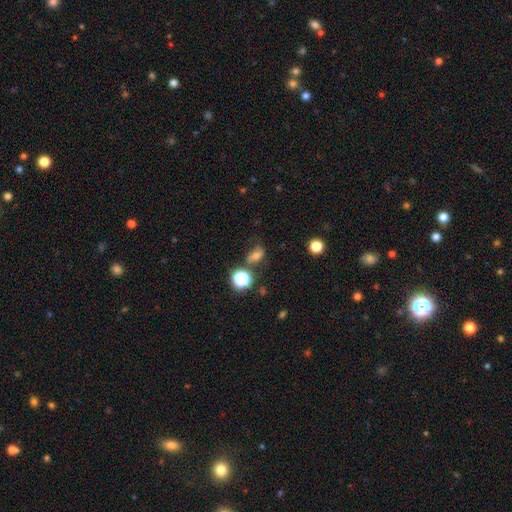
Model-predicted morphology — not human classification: This is likely a smooth galaxy (62%). How rounded: likely in between (66%). Merging: possibly none (55%).